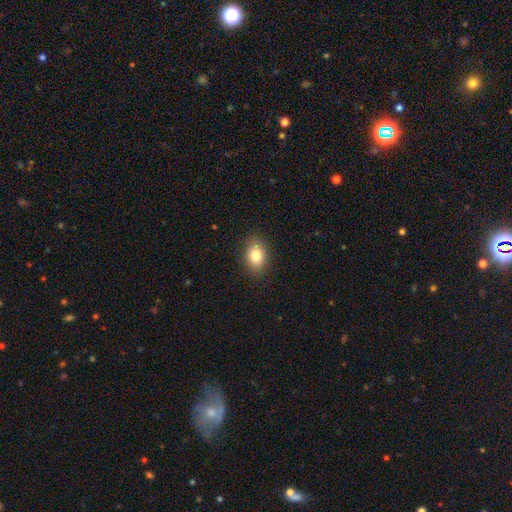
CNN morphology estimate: type=smooth (82%); roundness=in between (74%); merging=none (88%).